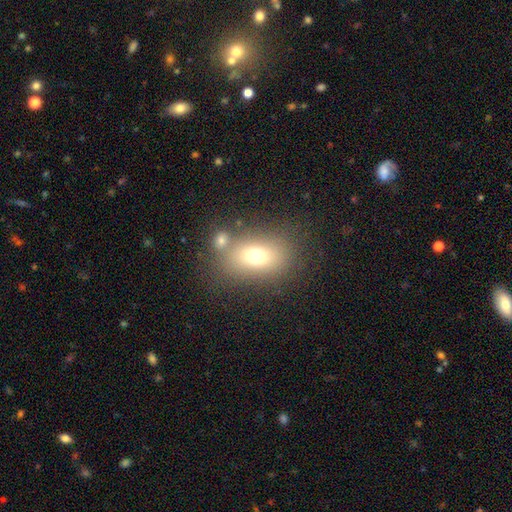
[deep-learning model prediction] smooth 70%, featured or disk 17%, star or artifact 13%. Down the decision tree: how rounded — in between (76%); merging — none (65%).